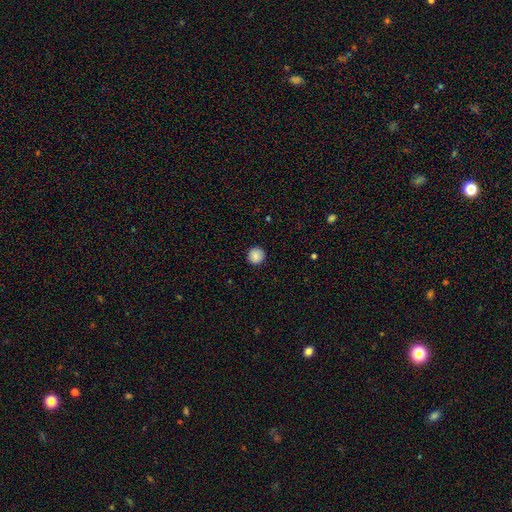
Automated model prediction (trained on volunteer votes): The model was most divided on "smooth or featured": smooth: 87%, star or artifact: 9%, featured or disk: 4%. More confident: how rounded — round (95%); merging — none (92%).